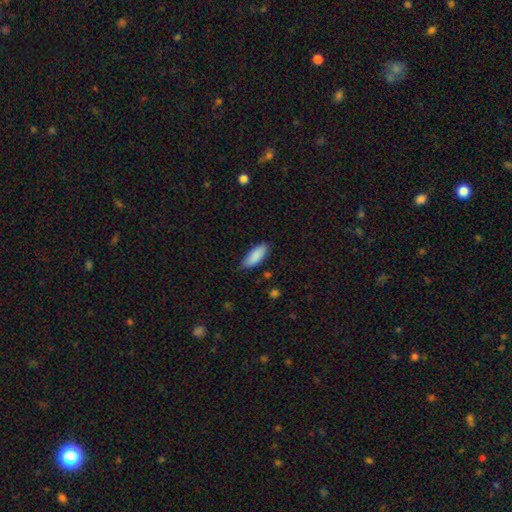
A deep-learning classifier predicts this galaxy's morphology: The model was most divided on "how rounded": in between: 77%, cigar-shaped: 22%, round: 2%. More confident: smooth or featured — smooth (89%); merging — none (77%).